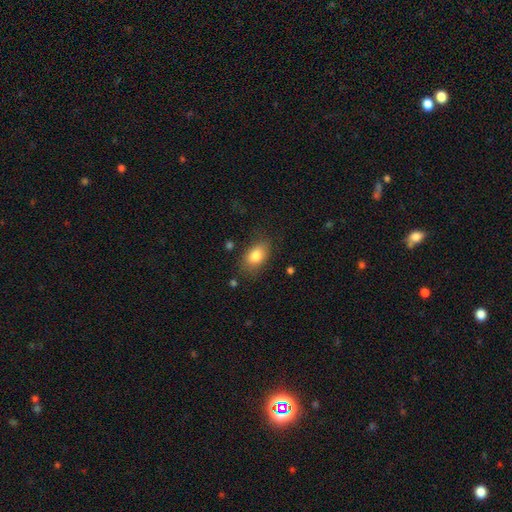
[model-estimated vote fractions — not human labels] Smooth or featured? smooth (82%)
How rounded? in between (86%)
Merging? none (78%)